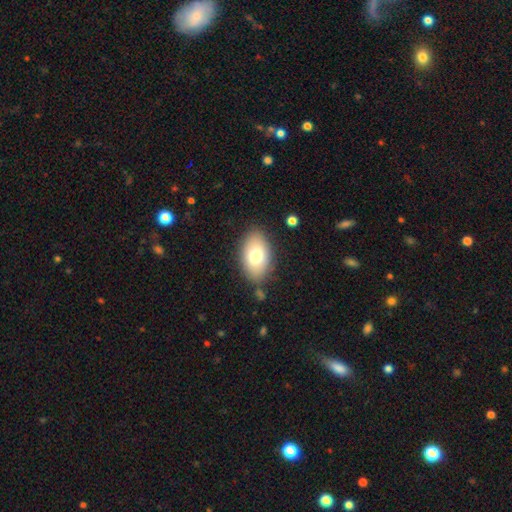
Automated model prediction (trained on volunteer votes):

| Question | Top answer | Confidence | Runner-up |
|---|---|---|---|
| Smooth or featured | smooth | 75% | featured or disk (18%) |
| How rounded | in between | 91% | round (8%) |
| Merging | none | 82% | minor disturbance (12%) |